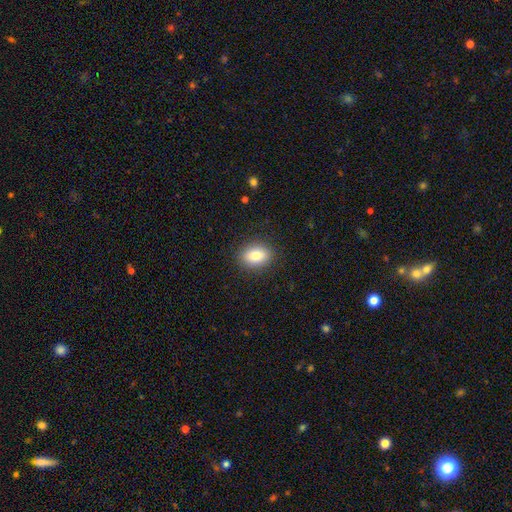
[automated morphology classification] This is clearly a smooth galaxy (83%). How rounded: likely in between (69%). Merging: clearly none (89%).